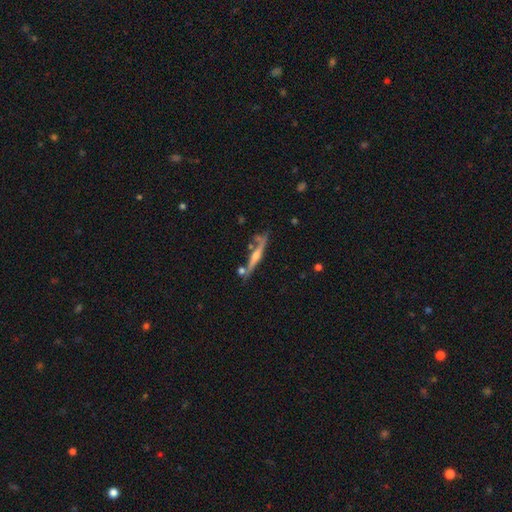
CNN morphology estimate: smooth-or-featured: featured or disk: 71% | smooth: 22% | star or artifact: 7%
  disk-edge-on: yes: 94% | no: 6%
    edge-on-bulge: rounded: 76% | none: 15% | boxy: 9%
  merging: none: 67% | minor disturbance: 17% | merger: 11% | major disturbance: 5%